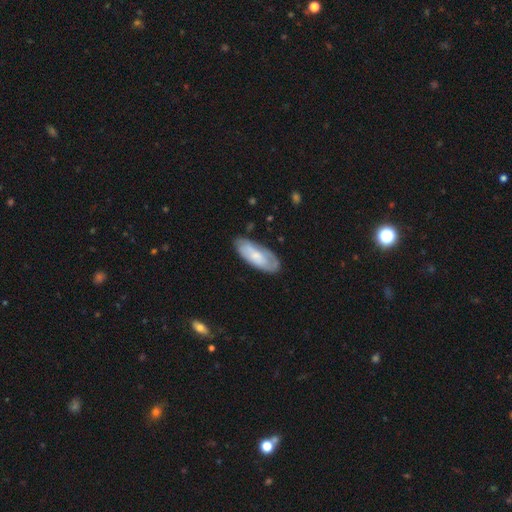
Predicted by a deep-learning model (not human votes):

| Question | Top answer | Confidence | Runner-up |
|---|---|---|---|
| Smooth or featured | smooth | 58% | featured or disk (36%) |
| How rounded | in between | 78% | cigar-shaped (20%) |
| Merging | none | 68% | minor disturbance (23%) |